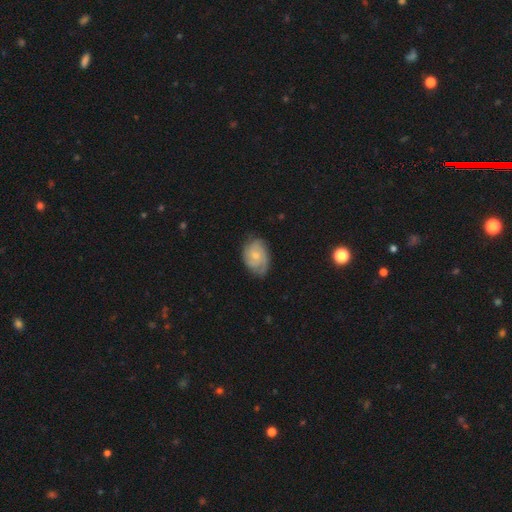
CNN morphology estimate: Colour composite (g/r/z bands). It shows a featured or disk galaxy (69%) with no bar (70%), 2 (31%) tight (59%) spiral arms (93%) and a small central bulge (54%). Merging: none (71%).